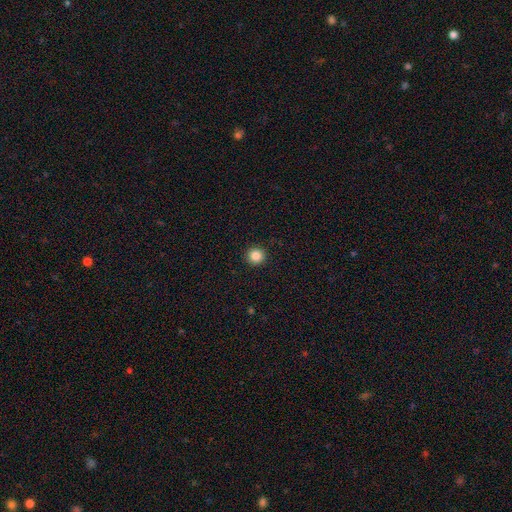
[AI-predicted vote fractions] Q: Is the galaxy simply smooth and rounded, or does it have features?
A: smooth — 85%.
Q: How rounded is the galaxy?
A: round — 95%.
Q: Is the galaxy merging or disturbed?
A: none — 93%.